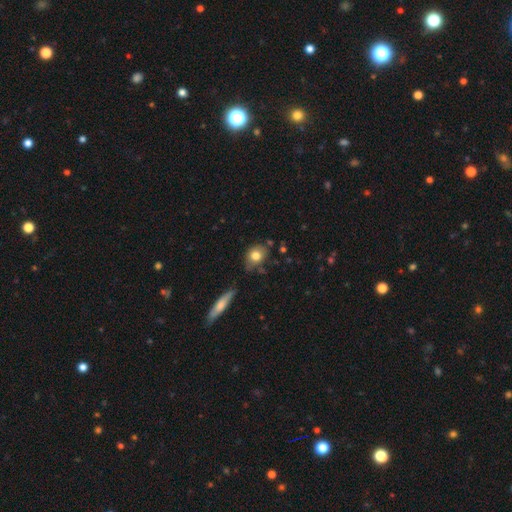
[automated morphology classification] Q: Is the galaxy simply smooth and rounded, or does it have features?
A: smooth — 78%.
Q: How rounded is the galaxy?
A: round — 50%.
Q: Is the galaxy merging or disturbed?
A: none — 63%.